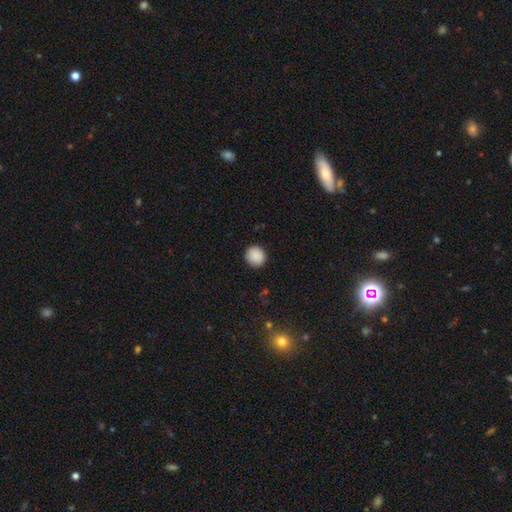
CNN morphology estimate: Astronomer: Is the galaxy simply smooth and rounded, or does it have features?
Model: smooth — 90%.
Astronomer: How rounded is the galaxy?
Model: round — 89%.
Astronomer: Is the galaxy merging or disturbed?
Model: none — 91%.